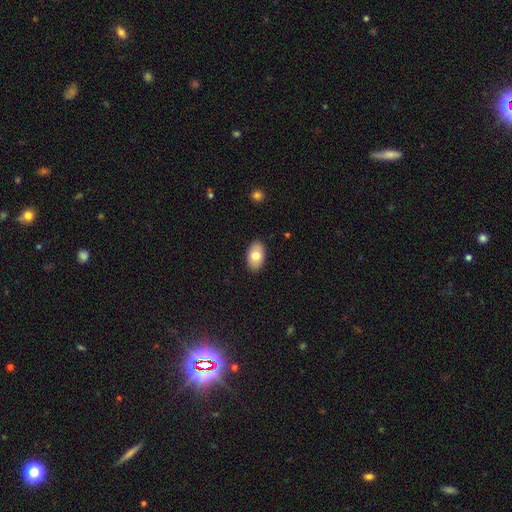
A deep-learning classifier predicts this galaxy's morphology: The model was most divided on "smooth or featured": smooth: 77%, featured or disk: 16%, star or artifact: 7%. More confident: how rounded — in between (93%); merging — none (89%).